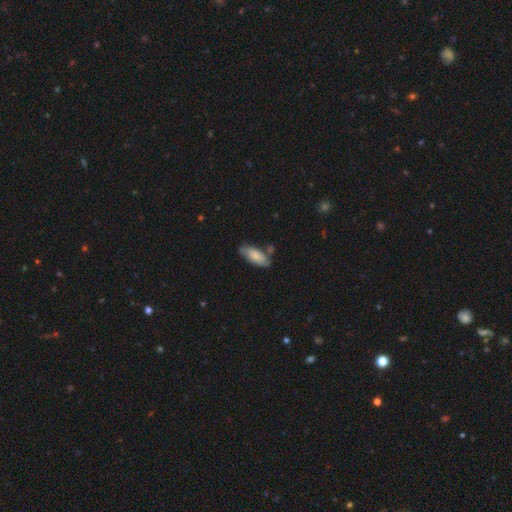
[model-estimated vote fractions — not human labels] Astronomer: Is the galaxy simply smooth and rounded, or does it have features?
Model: smooth — 79%.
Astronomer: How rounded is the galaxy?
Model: in between — 79%.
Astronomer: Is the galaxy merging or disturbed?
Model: none — 70%.